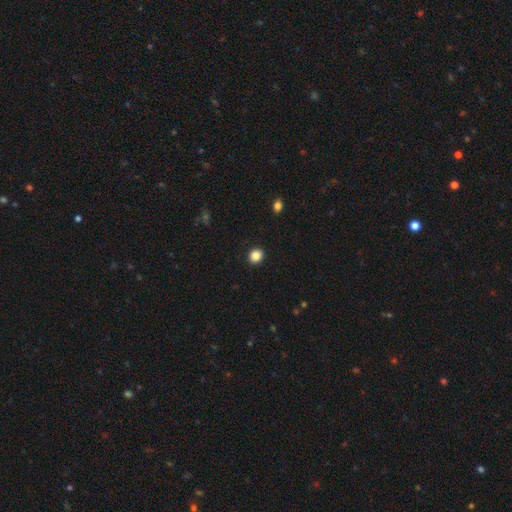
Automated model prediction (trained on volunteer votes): Smooth or featured? smooth (86%)
How rounded? round (78%)
Merging? none (92%)